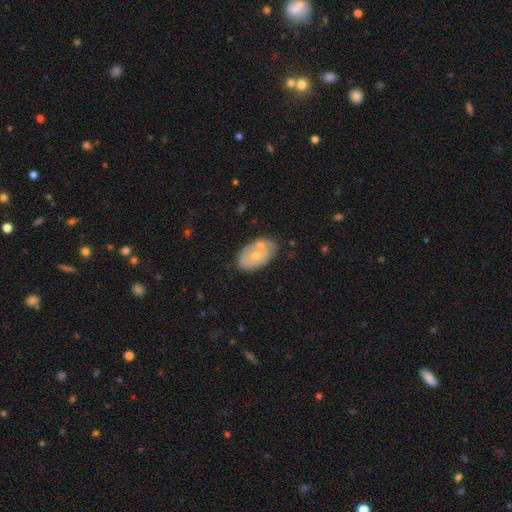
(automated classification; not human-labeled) This appears to be a smooth galaxy with no disk features (54%) that is in between round and cigar-shaped (91%). Merging: none (59%).